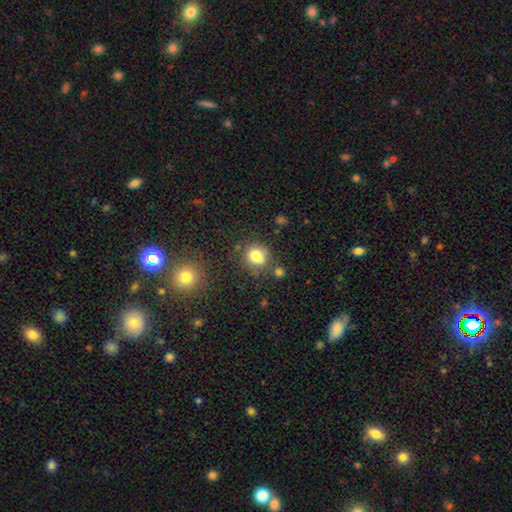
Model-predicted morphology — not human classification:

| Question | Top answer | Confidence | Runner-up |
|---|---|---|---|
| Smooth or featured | smooth | 76% | star or artifact (13%) |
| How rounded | round | 84% | in between (15%) |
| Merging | none | 62% | merger (19%) |